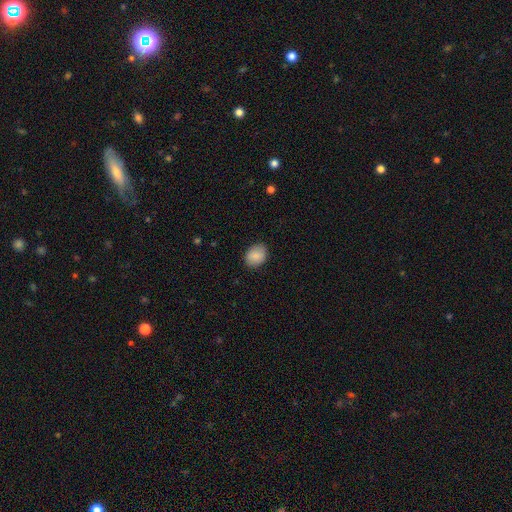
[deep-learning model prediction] Overall: smooth (87%). How rounded: in between (64%; round 35%). Merging: none (87%).